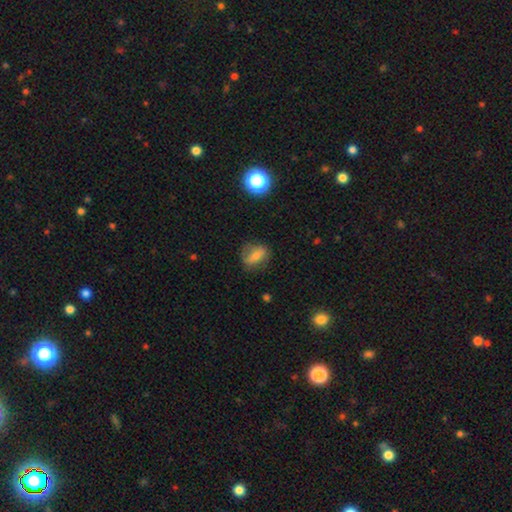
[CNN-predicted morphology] type=smooth (61%); roundness=in between (67%); merging=none (71%).